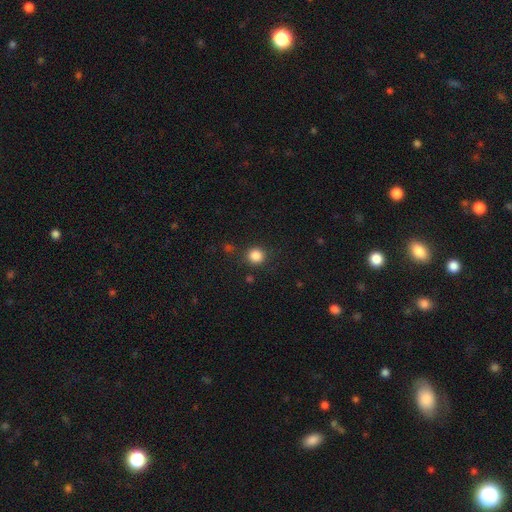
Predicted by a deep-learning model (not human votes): smooth_or_featured: smooth (p=0.86) [alt: star or artifact p=0.11]
how_rounded: round (p=0.92) [alt: in between p=0.07]
merging: none (p=0.86) [alt: minor disturbance p=0.08]